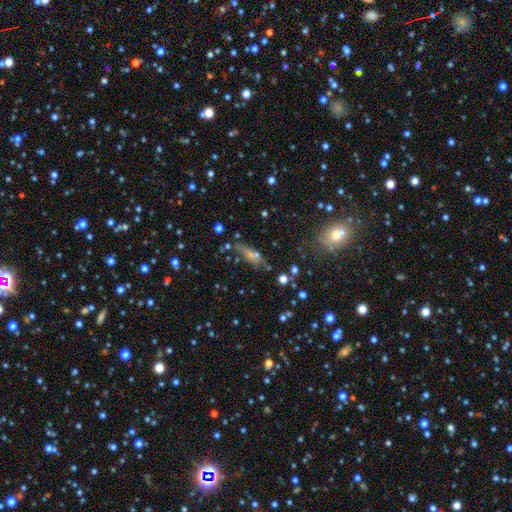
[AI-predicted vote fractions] A smooth galaxy with no disk features (51%) that is cigar-shaped (47%).

Vote fractions:
- Smooth or featured? smooth: 51% / star or artifact: 27% / featured or disk: 21%
- How rounded? cigar-shaped: 47% / in between: 45% / round: 9%
- Merging? none: 61% / minor disturbance: 20% / major disturbance: 11% / merger: 7%